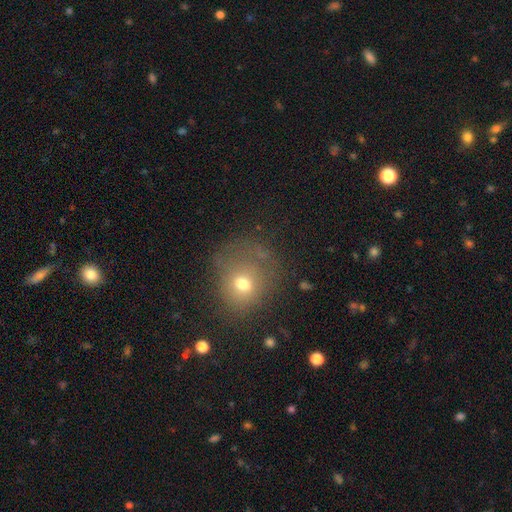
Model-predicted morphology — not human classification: This is likely a smooth galaxy (61%). How rounded: clearly round (83%). Merging: likely none (67%).